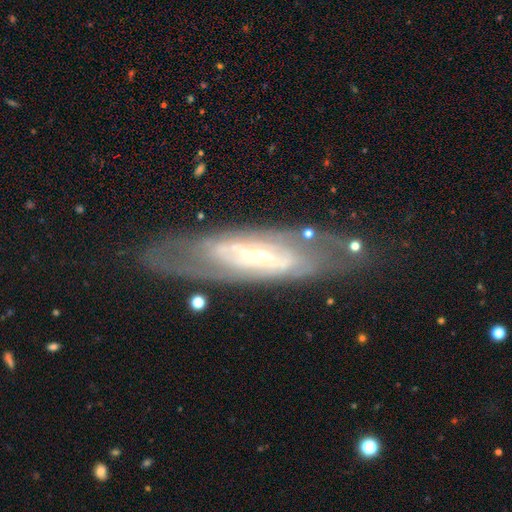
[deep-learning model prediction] Q: Smooth or featured?
A: featured or disk (80%); runner-up: smooth (13%)
Q: Edge-on disk?
A: no (72%); runner-up: yes (28%)
Q: Bar?
A: strong (51%); runner-up: weak (30%)
Q: Spiral arms?
A: yes (72%); runner-up: no (28%)
Q: Bulge size?
A: small (63%); runner-up: moderate (29%)
Q: Merging?
A: none (69%); runner-up: minor disturbance (18%)